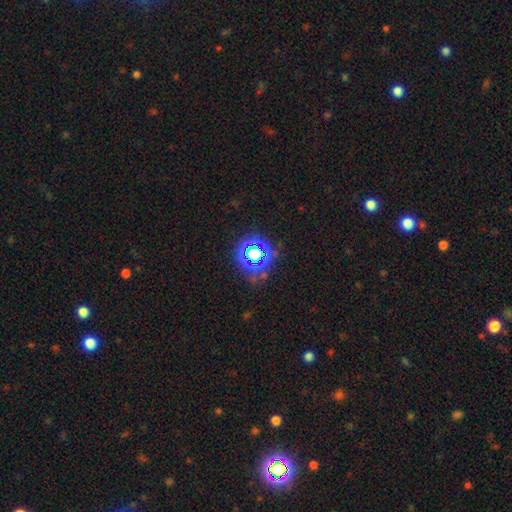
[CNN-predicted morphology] Smooth or featured: star or artifact — 75% (smooth — 17%)